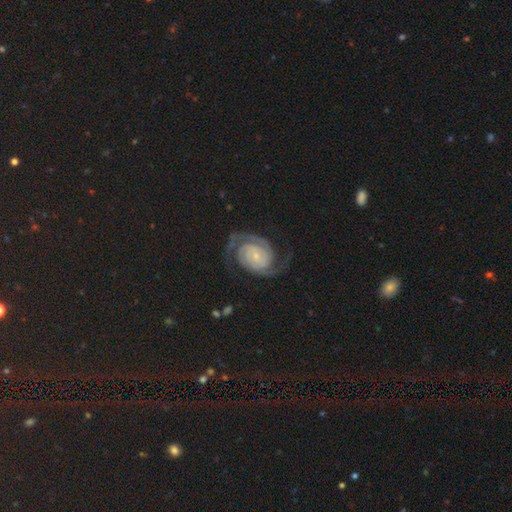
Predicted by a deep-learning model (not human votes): This appears to be a featured or disk galaxy (91%) with no bar (67%), 2 (88%) tight (56%) spiral arms (98%) and a small central bulge (76%). Merging: none (75%).